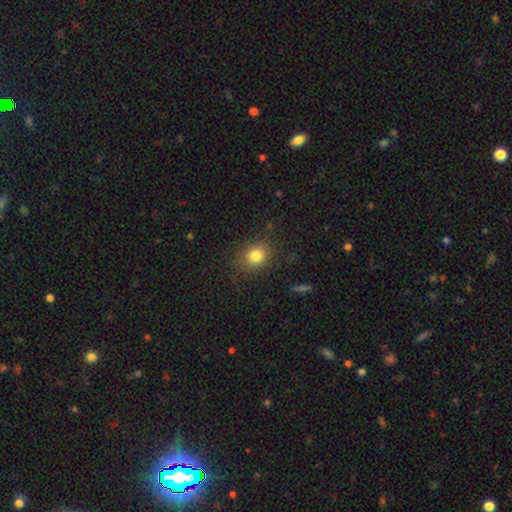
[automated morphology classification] The model was most divided on "how rounded": round: 58%, in between: 41%, cigar-shaped: 1%. More confident: merging — none (82%); smooth or featured — smooth (81%).